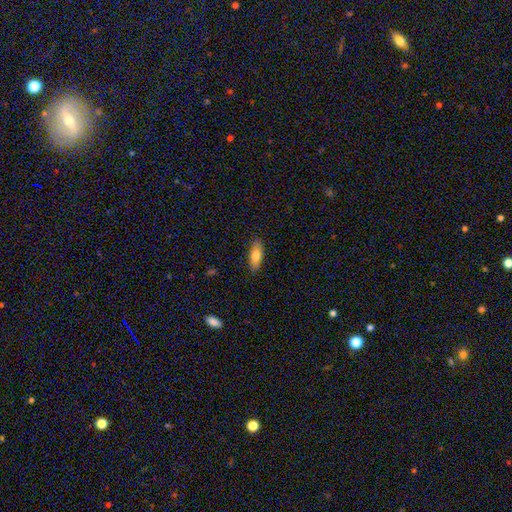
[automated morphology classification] A smooth galaxy with no disk features (77%) that is in between round and cigar-shaped (74%). Merging: none (86%).